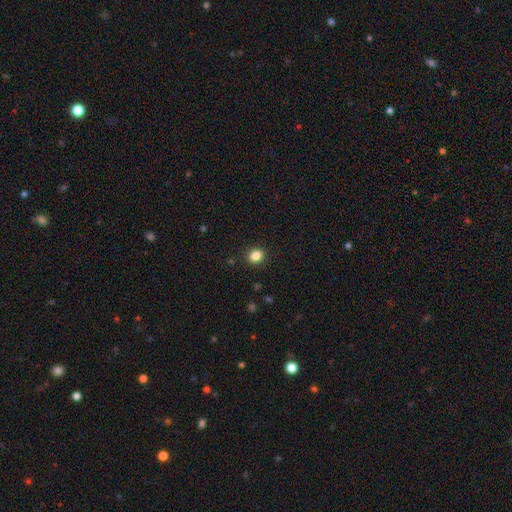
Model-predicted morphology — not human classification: smooth-or-featured: smooth: 84% | star or artifact: 12% | featured or disk: 4%
  how-rounded: round: 73% | in between: 26% | cigar-shaped: 1%
  merging: none: 91% | minor disturbance: 6% | major disturbance: 2% | merger: 1%